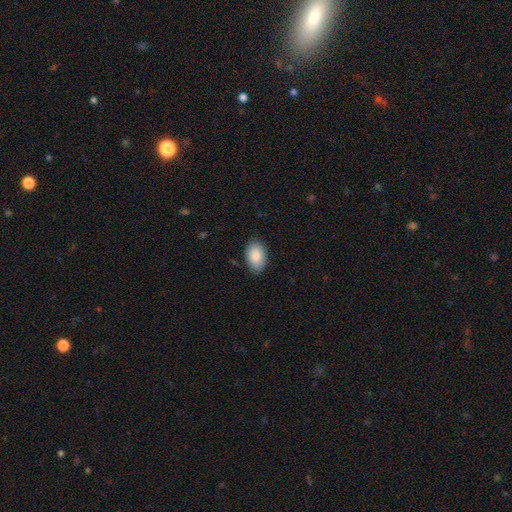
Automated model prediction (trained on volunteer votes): smooth-or-featured: smooth: 88% | star or artifact: 6% | featured or disk: 6%
  how-rounded: in between: 92% | round: 7% | cigar-shaped: 1%
  merging: none: 85% | minor disturbance: 12% | major disturbance: 2% | merger: 1%